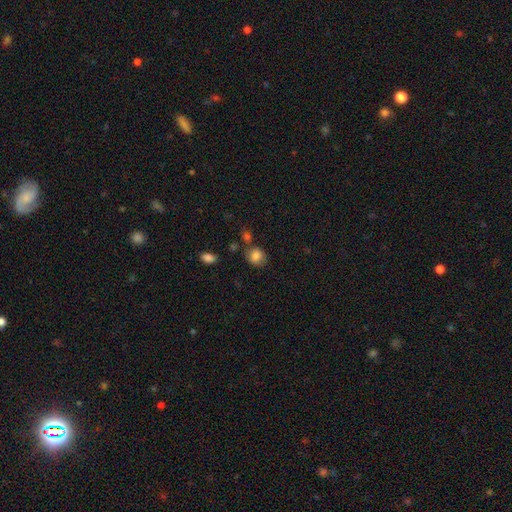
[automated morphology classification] type=smooth (83%); roundness=round (65%); merging=none (68%).